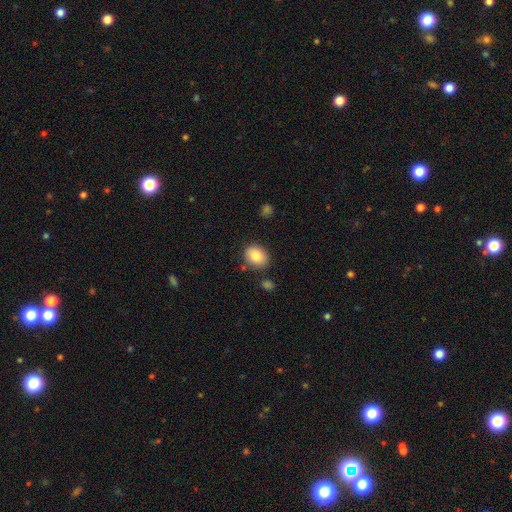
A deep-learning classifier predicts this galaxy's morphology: Smooth or featured? Predicted: smooth (p=0.85). How rounded? Predicted: in between (p=0.59). Merging? Predicted: none (p=0.80).